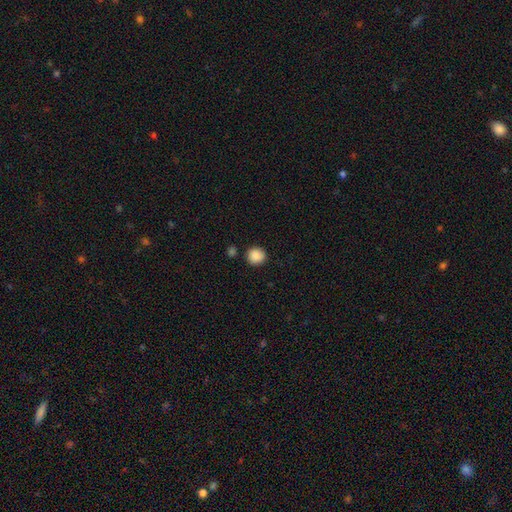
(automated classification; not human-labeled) A smooth galaxy with no disk features (88%) that is round (91%).

Vote fractions:
- Smooth or featured? smooth: 88% / star or artifact: 9% / featured or disk: 3%
- How rounded? round: 91% / in between: 8% / cigar-shaped: 1%
- Merging? none: 85% / minor disturbance: 9% / merger: 4% / major disturbance: 2%